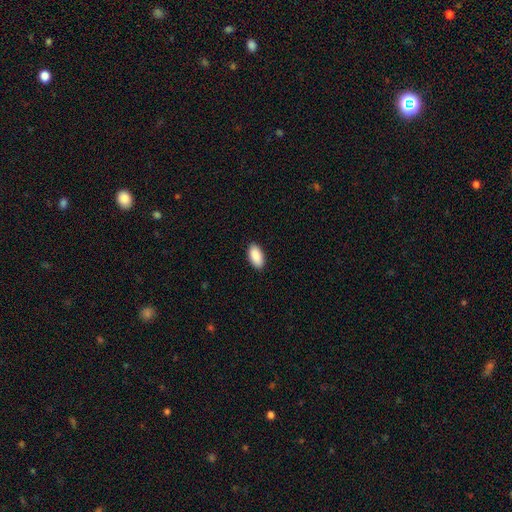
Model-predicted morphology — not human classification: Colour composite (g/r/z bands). It shows a smooth galaxy with no disk features (91%) that is in between round and cigar-shaped (95%). Merging: none (90%).